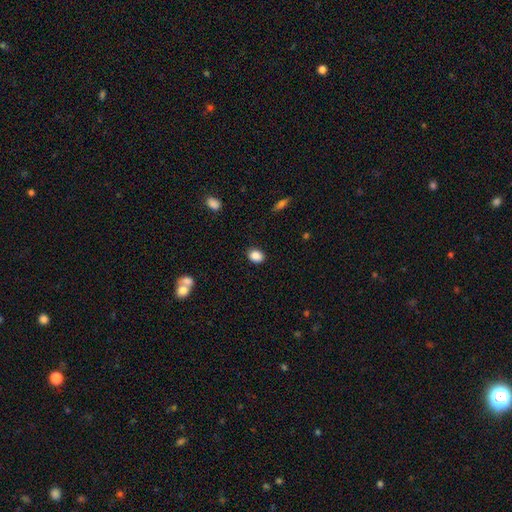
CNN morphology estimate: The model was most divided on "how rounded": in between: 65%, round: 34%, cigar-shaped: 1%. More confident: smooth or featured — smooth (88%); merging — none (88%).